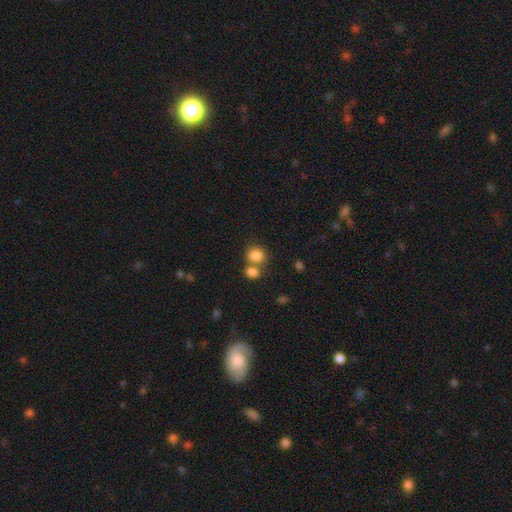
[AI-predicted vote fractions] Overall: smooth (84%). How rounded: round (67%; in between 32%). Merging: none (46%; merger 41%).